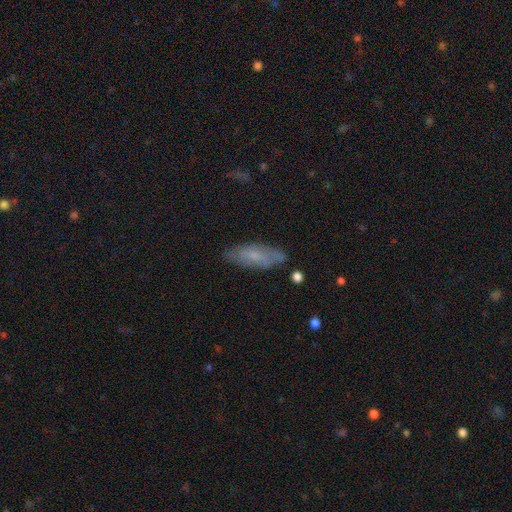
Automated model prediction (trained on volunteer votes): smooth-or-featured: smooth: 57% | featured or disk: 35% | star or artifact: 8%
  how-rounded: in between: 63% | cigar-shaped: 35% | round: 2%
  merging: none: 78% | minor disturbance: 17% | major disturbance: 4% | merger: 2%